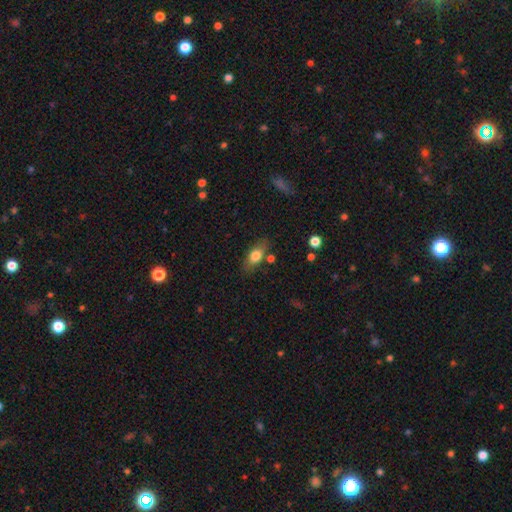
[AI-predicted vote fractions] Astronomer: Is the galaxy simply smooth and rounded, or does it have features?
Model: smooth — 75%.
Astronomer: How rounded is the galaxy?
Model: in between — 82%.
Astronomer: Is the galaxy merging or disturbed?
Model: none — 73%.